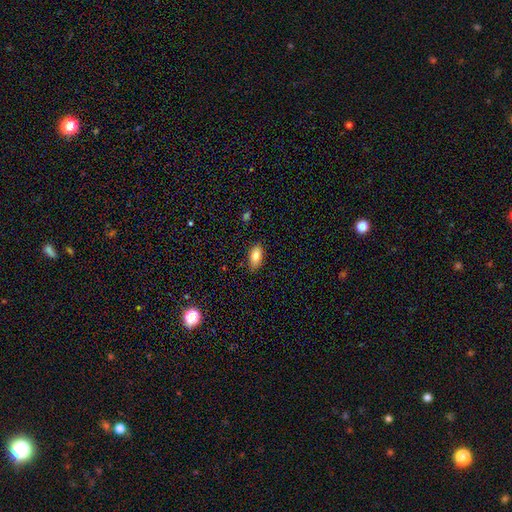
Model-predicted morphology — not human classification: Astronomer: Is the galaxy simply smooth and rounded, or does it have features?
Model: smooth — 79%.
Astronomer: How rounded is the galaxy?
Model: in between — 91%.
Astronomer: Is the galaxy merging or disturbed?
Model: none — 85%.